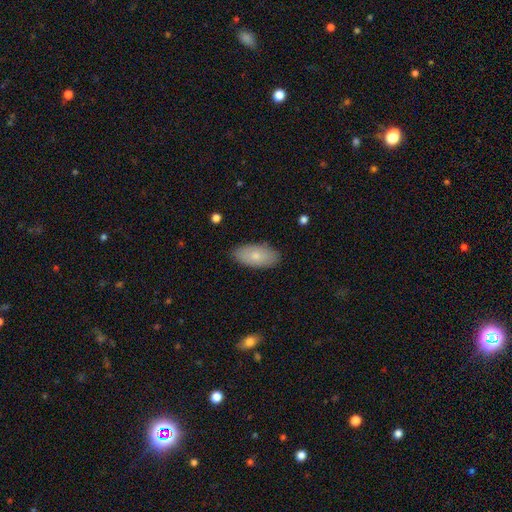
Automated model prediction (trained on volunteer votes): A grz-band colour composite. It shows a smooth galaxy with no disk features (76%) that is in between round and cigar-shaped (93%). Merging: none (86%).